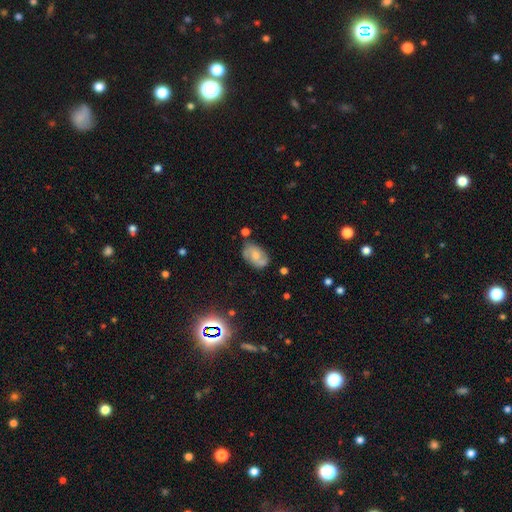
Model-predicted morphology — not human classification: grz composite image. It shows a featured or disk galaxy (55%) with no bar (61%), spiral arms (84%) and a moderate central bulge (44%). Merging: none (69%).